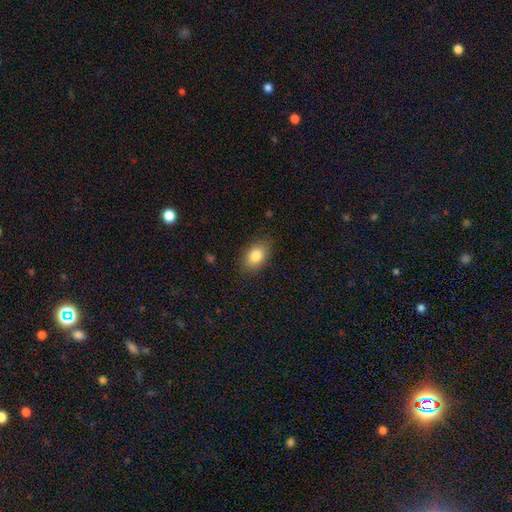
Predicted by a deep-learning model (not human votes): smooth 83%, featured or disk 9%, star or artifact 8%. Down the decision tree: how rounded — in between (87%); merging — none (85%).